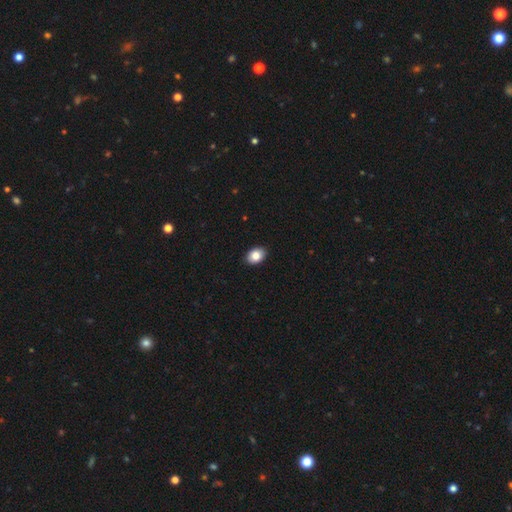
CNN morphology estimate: This appears to be a smooth galaxy with no disk features (84%) that is in between round and cigar-shaped (80%). Merging: none (91%).